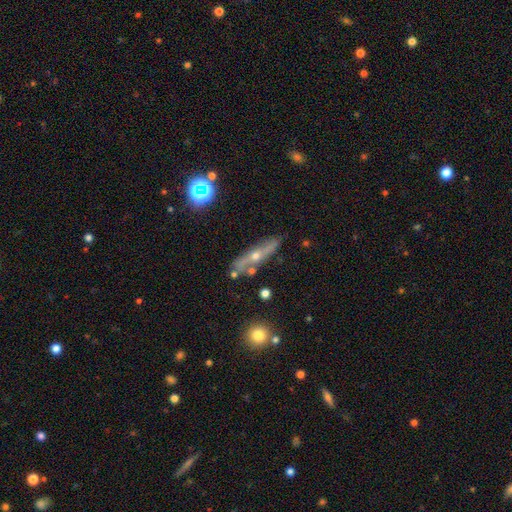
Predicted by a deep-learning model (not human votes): Overall: featured or disk (69%). Edge-on disk: yes (71%). Merging: none (76%).